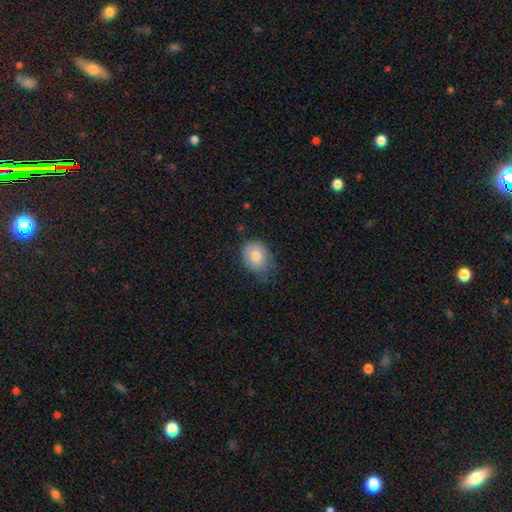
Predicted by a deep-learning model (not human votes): smooth_or_featured: smooth (p=0.78) [alt: featured or disk p=0.14]
how_rounded: in between (p=0.52) [alt: round p=0.47]
merging: none (p=0.51) [alt: minor disturbance p=0.37]